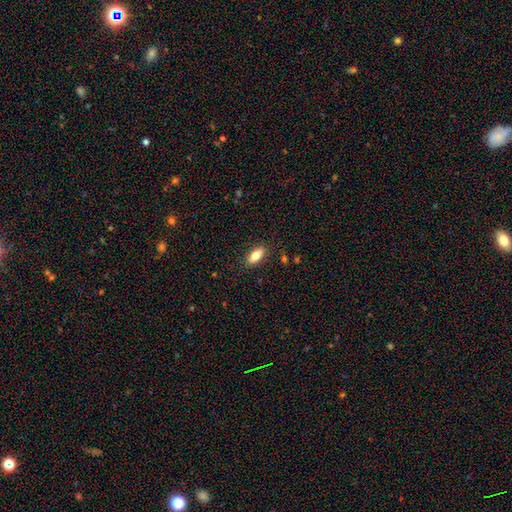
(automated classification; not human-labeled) smooth 77%, featured or disk 16%, star or artifact 7%. Down the decision tree: how rounded — in between (83%); merging — none (86%).